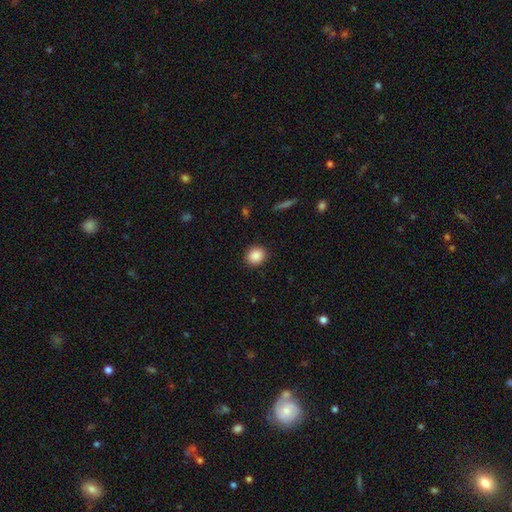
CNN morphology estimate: A smooth galaxy with no disk features (88%) that is round (78%). Merging: none (90%).